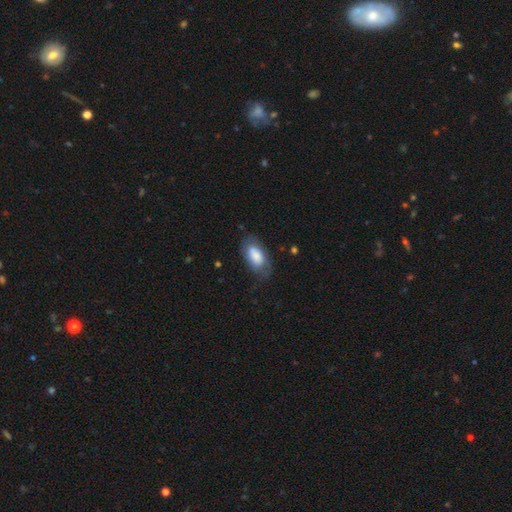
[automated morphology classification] Smooth or featured? Predicted: smooth (p=0.74). How rounded? Predicted: in between (p=0.92). Merging? Predicted: none (p=0.66).